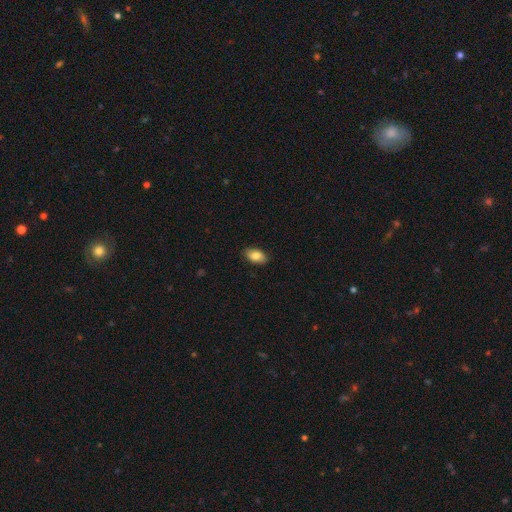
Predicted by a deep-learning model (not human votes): This appears to be a smooth galaxy with no disk features (85%) that is in between round and cigar-shaped (93%). Merging: none (88%).